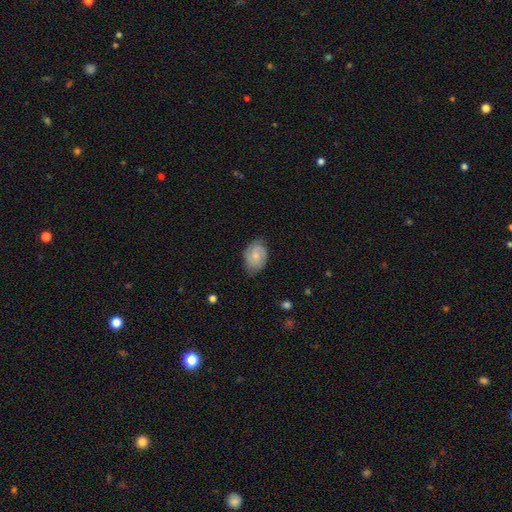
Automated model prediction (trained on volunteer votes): A featured or disk galaxy (52%) with no bar (57%), spiral arms (89%) and a small central bulge (49%).

Vote fractions:
- Smooth or featured? featured or disk: 52% / smooth: 41% / star or artifact: 7%
- Edge-on disk? no: 97% / yes: 3%
- Bar? no: 57% / weak: 37% / strong: 5%
- Spiral arms? yes: 89% / no: 11%
- Bulge size? small: 49% / moderate: 37% / none: 11% / large: 2% / dominant: 1%
- Merging? none: 71% / minor disturbance: 23% / major disturbance: 5% / merger: 1%